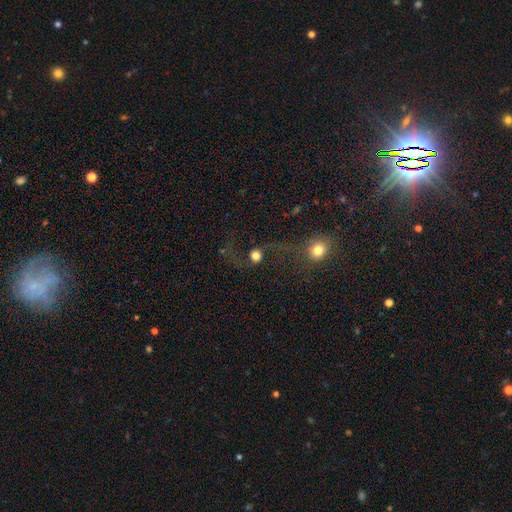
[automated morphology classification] A smooth galaxy with no disk features (44%). Merging: none (49%).